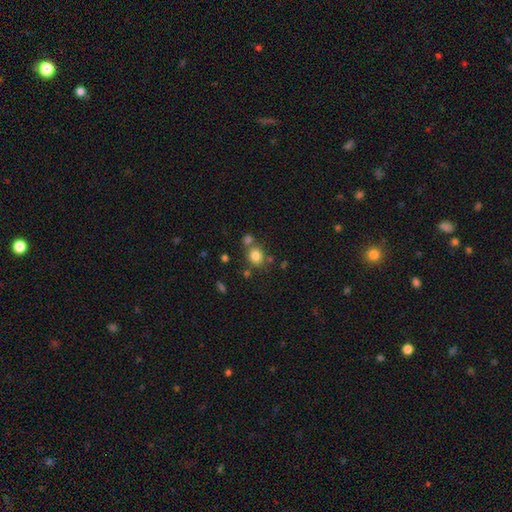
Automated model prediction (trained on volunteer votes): The model was most divided on "how rounded": round: 64%, in between: 35%, cigar-shaped: 1%. More confident: smooth or featured — smooth (80%); merging — none (61%).